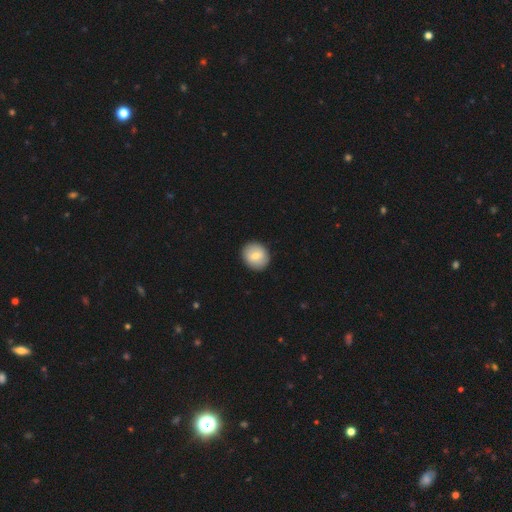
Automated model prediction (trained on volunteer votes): smooth_or_featured: smooth (p=0.71) [alt: featured or disk p=0.22]
how_rounded: round (p=0.79) [alt: in between p=0.20]
merging: none (p=0.90) [alt: minor disturbance p=0.07]